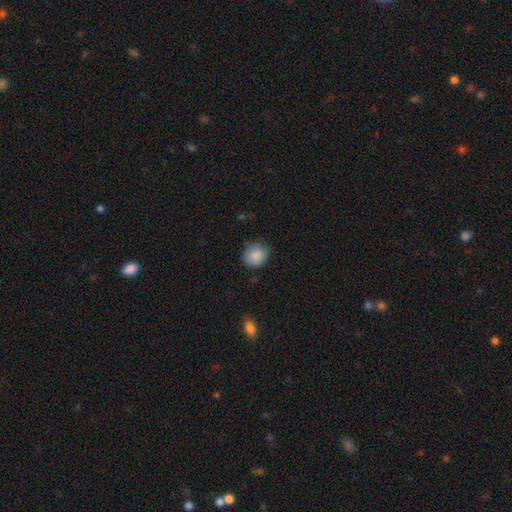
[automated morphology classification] Smooth or featured?
  - smooth: 87% *
  - star or artifact: 8%
  - featured or disk: 5%
How rounded?
  - round: 79% *
  - in between: 20%
  - cigar-shaped: 1%
Merging?
  - none: 73% *
  - minor disturbance: 22%
  - major disturbance: 4%
  - merger: 1%